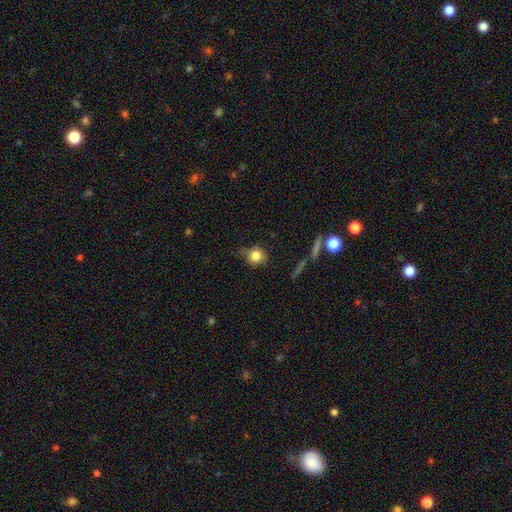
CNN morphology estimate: Overall: smooth (80%). How rounded: round (83%). Merging: none (63%; minor disturbance 26%).